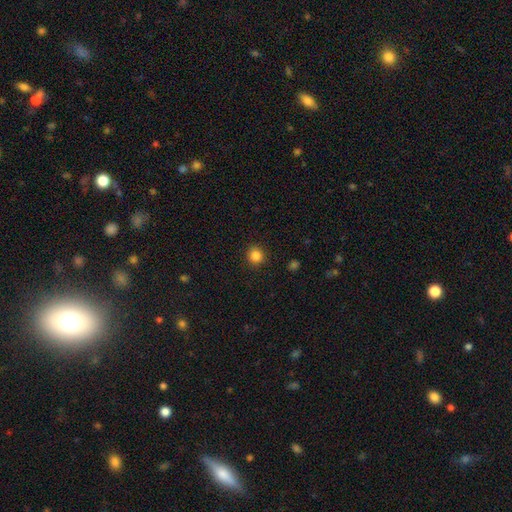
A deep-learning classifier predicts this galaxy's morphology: smooth_or_featured: smooth (p=0.85) [alt: star or artifact p=0.12]
how_rounded: round (p=0.90) [alt: in between p=0.09]
merging: none (p=0.91) [alt: minor disturbance p=0.06]